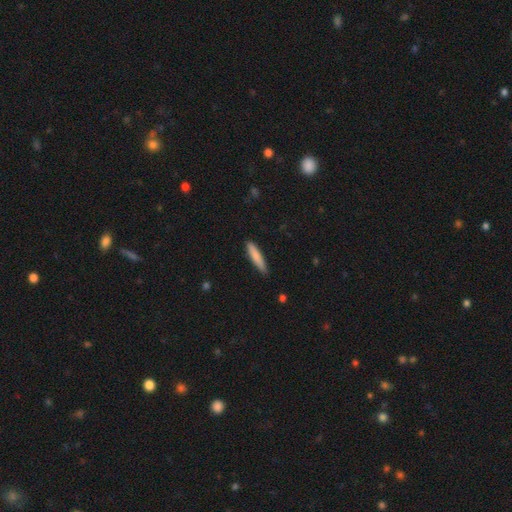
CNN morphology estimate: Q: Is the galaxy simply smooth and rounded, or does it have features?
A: smooth — 82%.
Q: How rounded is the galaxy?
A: cigar-shaped — 88%.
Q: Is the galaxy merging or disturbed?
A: none — 84%.